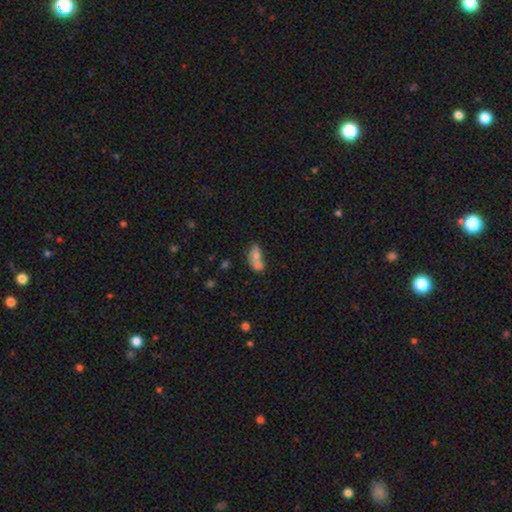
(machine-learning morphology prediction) smooth_or_featured: smooth (p=0.68) [alt: featured or disk p=0.22]
how_rounded: in between (p=0.84) [alt: cigar-shaped p=0.08]
merging: merger (p=0.49) [alt: none p=0.28]